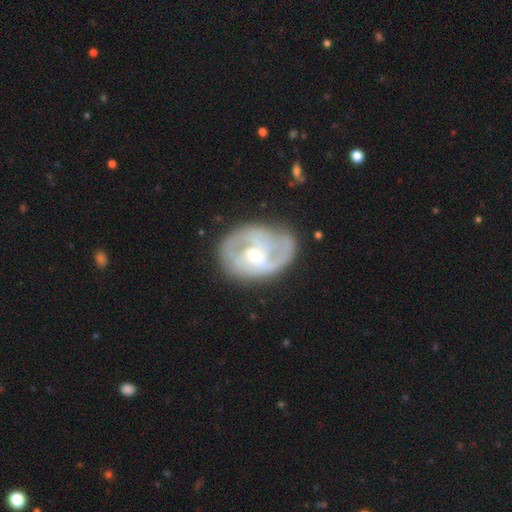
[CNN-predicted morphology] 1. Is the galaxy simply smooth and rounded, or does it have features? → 79% featured or disk, 16% smooth, 5% star or artifact.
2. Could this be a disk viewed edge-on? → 97% no, 3% yes.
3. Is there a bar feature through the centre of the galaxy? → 46% weak, 42% no, 12% strong.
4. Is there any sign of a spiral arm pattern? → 86% yes, 14% no.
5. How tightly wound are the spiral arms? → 43% medium, 37% tight, 19% loose.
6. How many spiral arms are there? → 56% 2, 21% can't tell, 10% 3, 7% 1, 2% 4, 2% more than 4.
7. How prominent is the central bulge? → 54% moderate, 41% small, 4% large, 1% none, 1% dominant.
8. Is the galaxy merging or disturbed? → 62% none, 23% minor disturbance, 12% major disturbance, 2% merger.